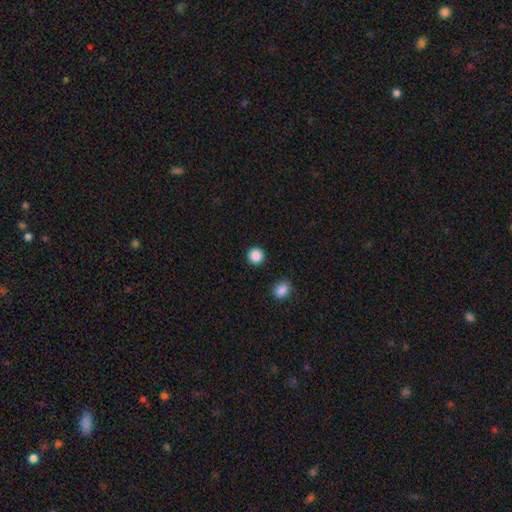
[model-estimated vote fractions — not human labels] Smooth or featured: smooth — 88% (star or artifact — 10%)
How rounded: round — 94% (in between — 5%)
Merging: none — 92% (minor disturbance — 5%)